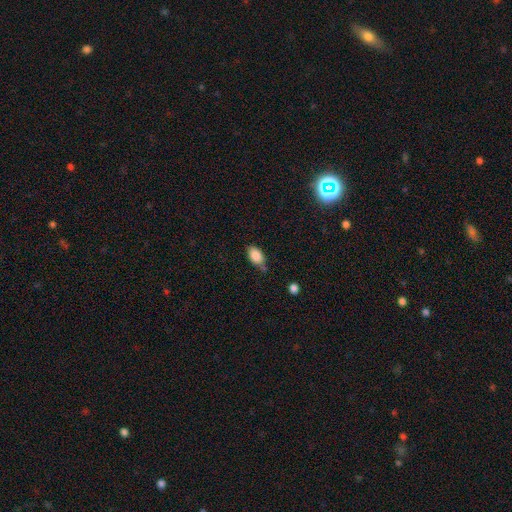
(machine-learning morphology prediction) Q: Smooth or featured?
A: smooth (87%); runner-up: star or artifact (7%)
Q: How rounded?
A: in between (91%); runner-up: round (7%)
Q: Merging?
A: none (65%); runner-up: minor disturbance (23%)